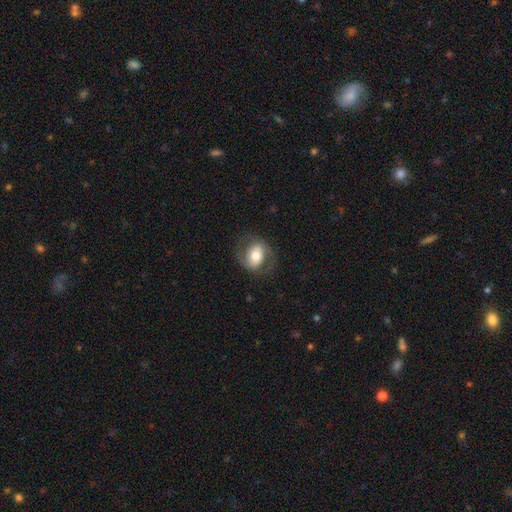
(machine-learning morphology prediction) Smooth or featured: smooth — 47% (featured or disk — 46%)
Merging: none — 71% (minor disturbance — 16%)